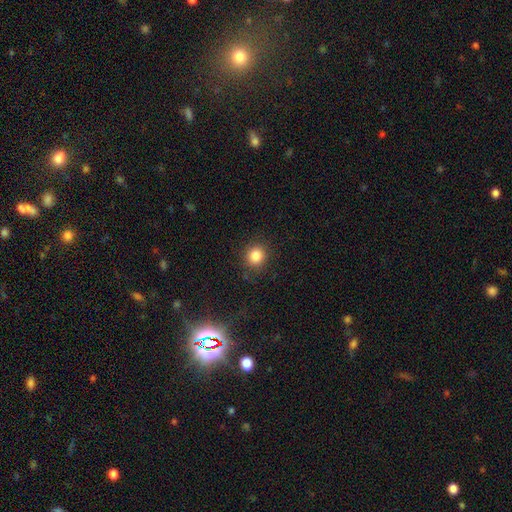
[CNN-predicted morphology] Overall: smooth (84%). How rounded: round (86%). Merging: none (86%).